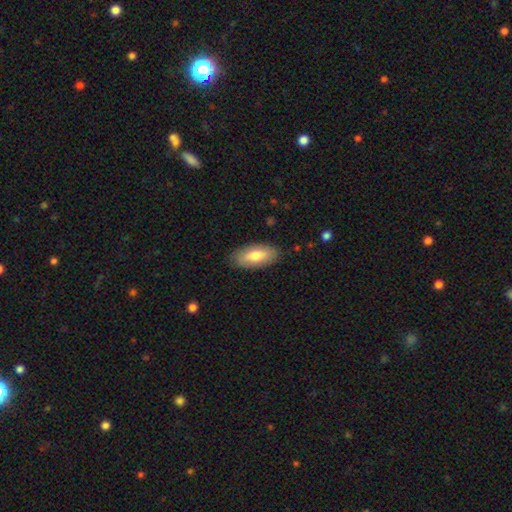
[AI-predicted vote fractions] smooth 74%, featured or disk 20%, star or artifact 6%. Down the decision tree: how rounded — in between (88%); merging — none (86%).